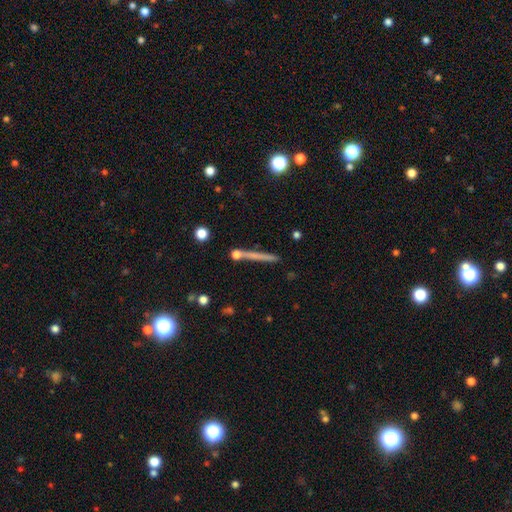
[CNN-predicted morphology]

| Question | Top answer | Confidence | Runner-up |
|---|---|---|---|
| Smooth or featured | smooth | 54% | featured or disk (37%) |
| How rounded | cigar-shaped | 94% | in between (3%) |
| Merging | none | 79% | minor disturbance (10%) |